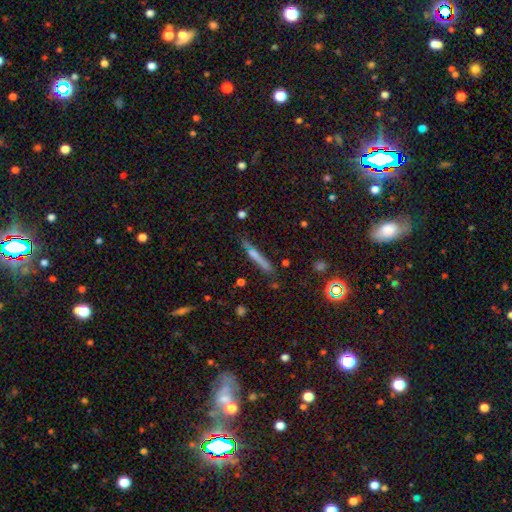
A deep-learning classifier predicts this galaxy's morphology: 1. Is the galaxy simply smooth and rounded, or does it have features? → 54% smooth, 35% featured or disk, 11% star or artifact.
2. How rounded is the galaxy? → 93% cigar-shaped, 5% in between, 2% round.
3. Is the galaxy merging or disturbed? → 73% none, 18% minor disturbance, 5% major disturbance, 5% merger.